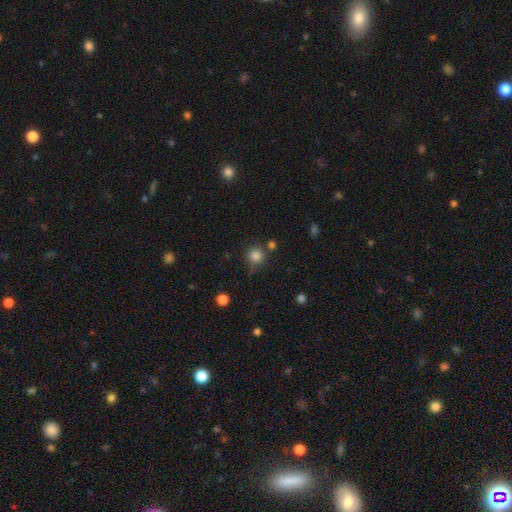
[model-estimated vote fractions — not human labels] smooth-or-featured: smooth: 83% | star or artifact: 12% | featured or disk: 5%
  how-rounded: round: 94% | in between: 5% | cigar-shaped: 1%
  merging: none: 76% | minor disturbance: 11% | merger: 9% | major disturbance: 4%